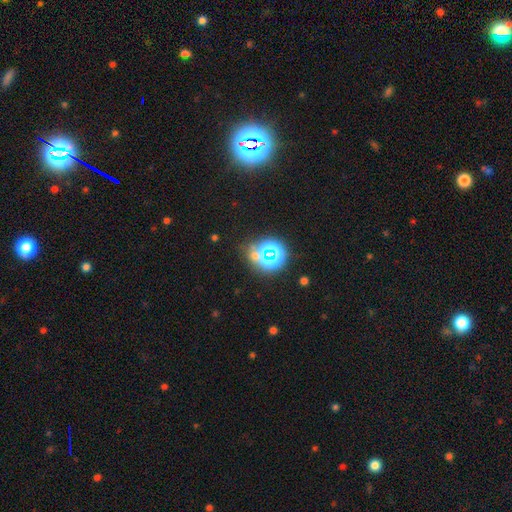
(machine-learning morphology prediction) A star or artifact, not a galaxy (62%).

Vote fractions:
- Smooth or featured? star or artifact: 62% / smooth: 27% / featured or disk: 10%